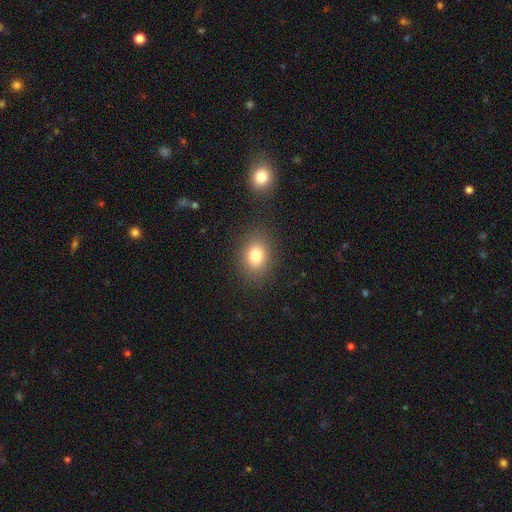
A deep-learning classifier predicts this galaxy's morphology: type=smooth (80%); roundness=in between (57%); merging=none (85%).